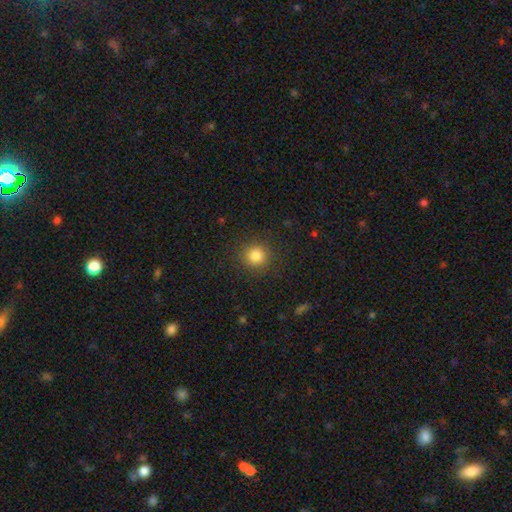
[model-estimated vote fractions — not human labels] This is clearly a smooth galaxy (83%). How rounded: clearly round (93%). Merging: clearly none (90%).